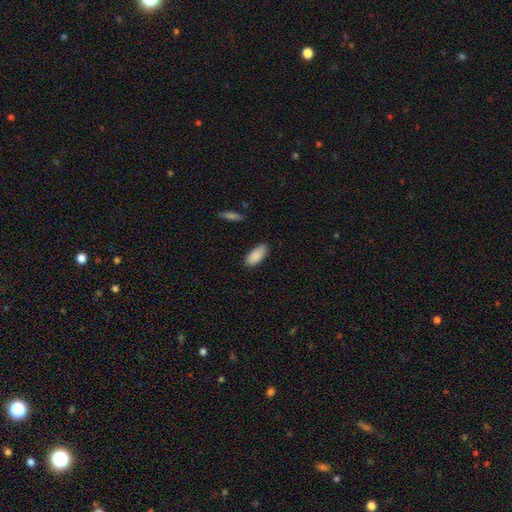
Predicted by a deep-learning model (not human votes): The model was most divided on "merging": none: 84%, minor disturbance: 12%, major disturbance: 2%, merger: 2%. More confident: smooth or featured — smooth (89%); how rounded — in between (87%).